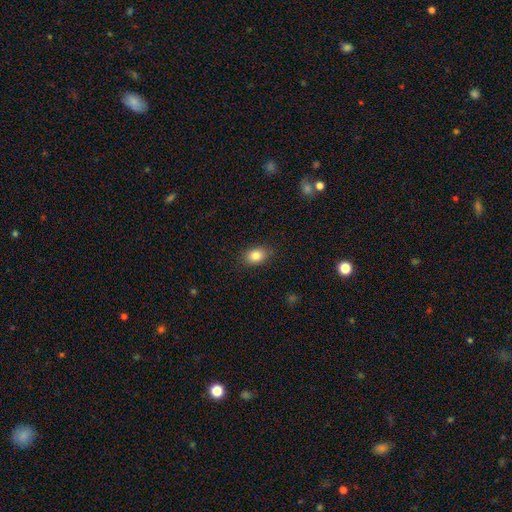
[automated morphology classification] A smooth galaxy with no disk features (84%) that is in between round and cigar-shaped (71%).

Vote fractions:
- Smooth or featured? smooth: 84% / star or artifact: 9% / featured or disk: 7%
- How rounded? in between: 71% / round: 28% / cigar-shaped: 1%
- Merging? none: 86% / minor disturbance: 10% / major disturbance: 3% / merger: 1%